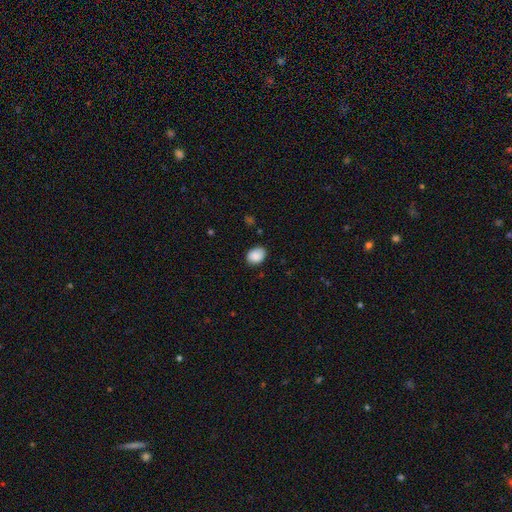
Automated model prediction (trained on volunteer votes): smooth_or_featured: smooth (p=0.89) [alt: star or artifact p=0.07]
how_rounded: in between (p=0.68) [alt: round p=0.32]
merging: none (p=0.82) [alt: minor disturbance p=0.14]